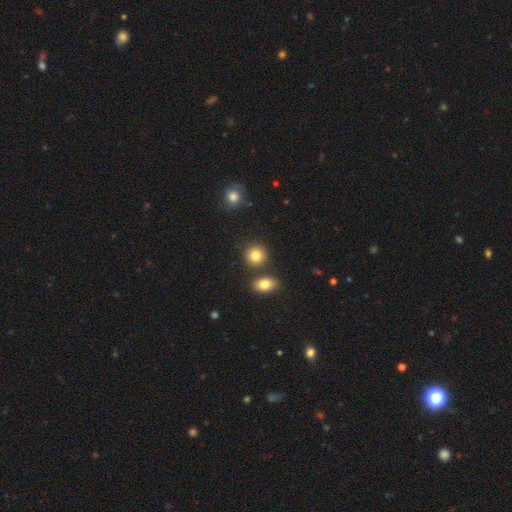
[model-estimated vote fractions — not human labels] The model was most divided on "how rounded": round: 83%, in between: 16%, cigar-shaped: 1%. More confident: smooth or featured — smooth (83%); merging — none (78%).